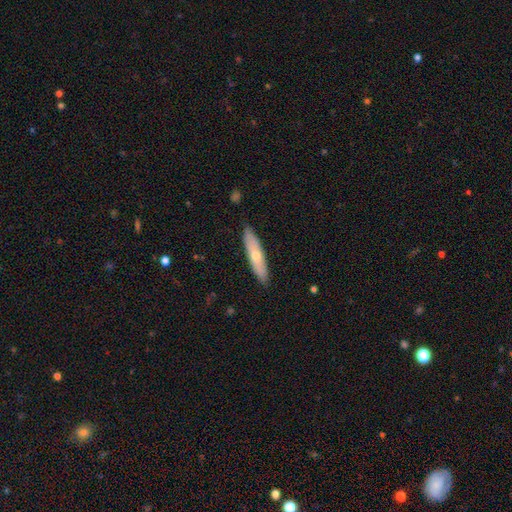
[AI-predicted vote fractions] smooth_or_featured: smooth (p=0.53) [alt: featured or disk p=0.41]
how_rounded: cigar-shaped (p=0.74) [alt: in between p=0.24]
merging: none (p=0.86) [alt: minor disturbance p=0.11]